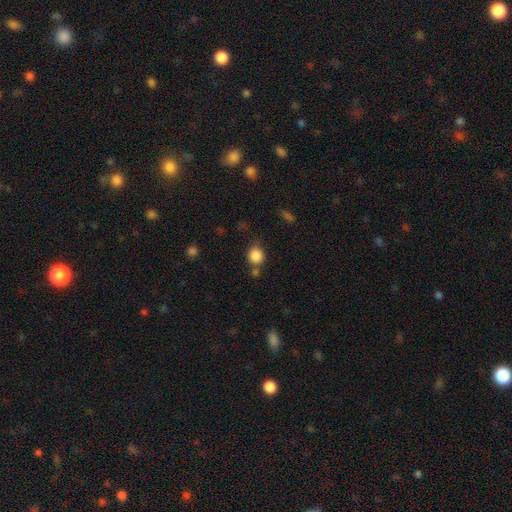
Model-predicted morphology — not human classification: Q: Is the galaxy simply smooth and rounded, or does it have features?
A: smooth — 86%.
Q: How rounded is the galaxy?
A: round — 85%.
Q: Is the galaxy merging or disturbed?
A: none — 68%.